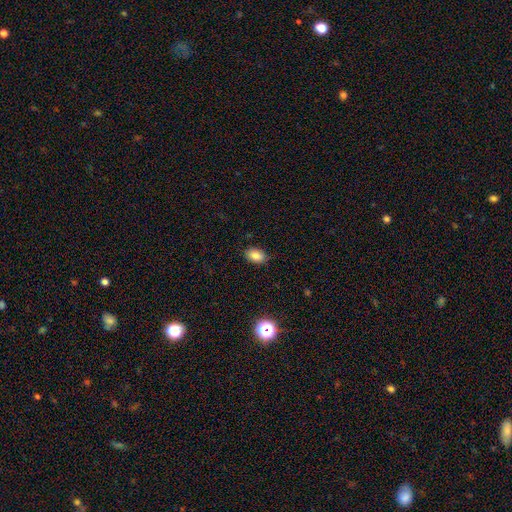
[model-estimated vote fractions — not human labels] Q: Smooth or featured?
A: smooth (83%); runner-up: star or artifact (10%)
Q: How rounded?
A: in between (85%); runner-up: round (14%)
Q: Merging?
A: none (85%); runner-up: minor disturbance (12%)